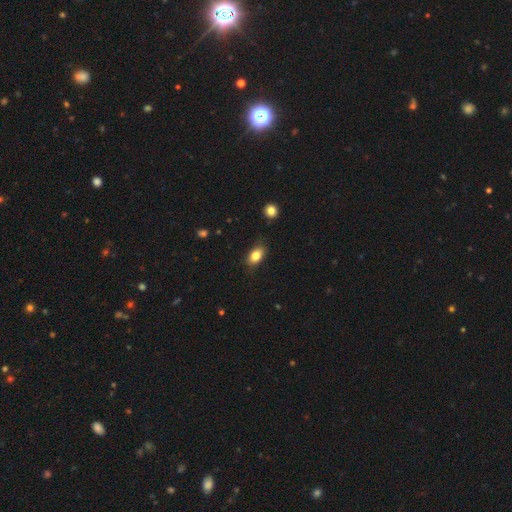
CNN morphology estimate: Smooth or featured? smooth (82%)
How rounded? in between (84%)
Merging? none (81%)